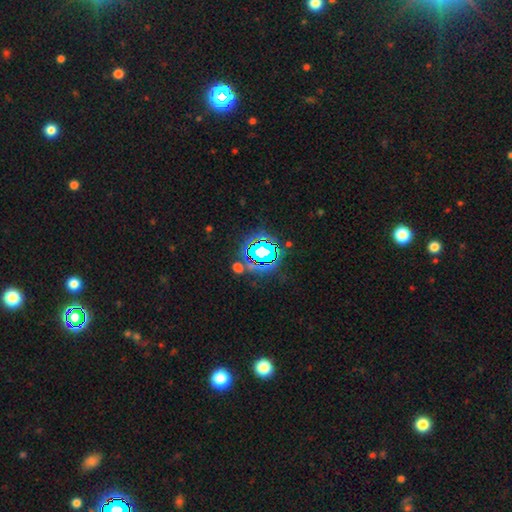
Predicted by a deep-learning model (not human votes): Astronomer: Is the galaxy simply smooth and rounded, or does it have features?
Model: star or artifact — 79%.